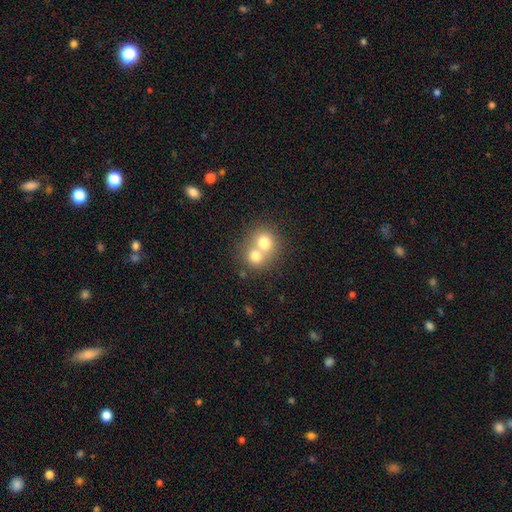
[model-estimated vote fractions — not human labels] Overall: smooth (72%). How rounded: round (79%). Merging: merger (66%; none 27%).